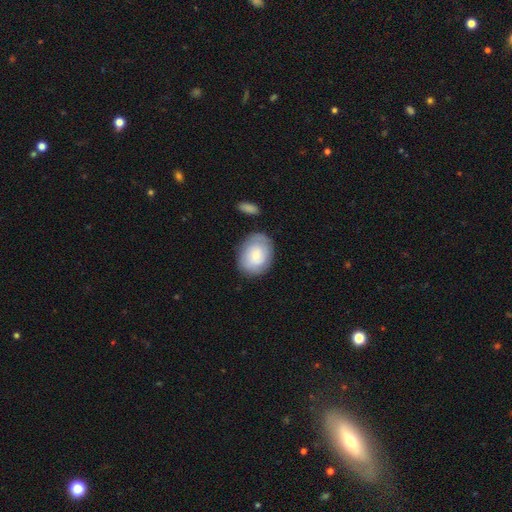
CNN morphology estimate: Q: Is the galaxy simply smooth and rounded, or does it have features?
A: smooth — 65%.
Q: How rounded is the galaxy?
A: in between — 69%.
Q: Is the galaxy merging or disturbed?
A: none — 74%.